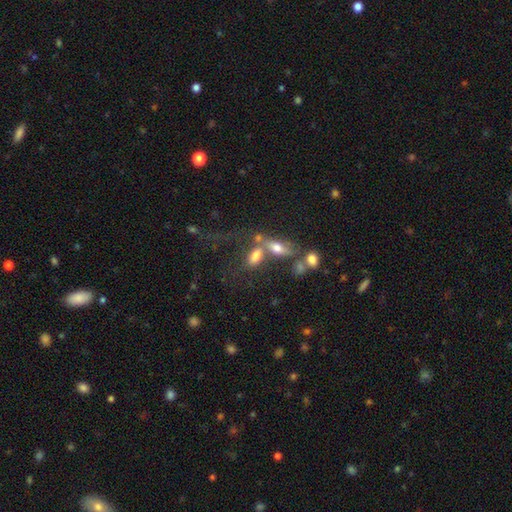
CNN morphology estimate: This appears to be a smooth galaxy with no disk features (70%) that is in between round and cigar-shaped (81%). Merging: merger (43%).